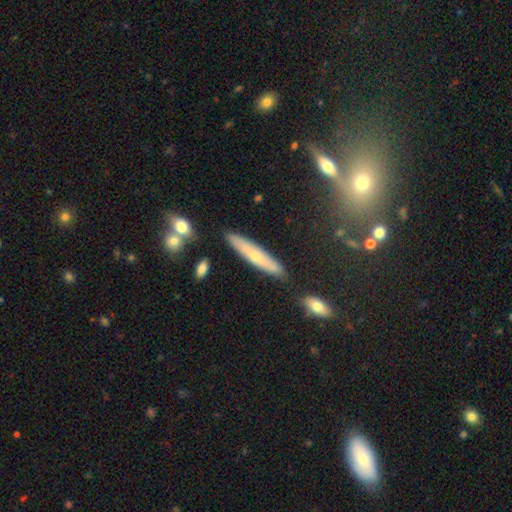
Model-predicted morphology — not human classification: type=smooth (54%); roundness=cigar-shaped (88%); merging=none (84%).